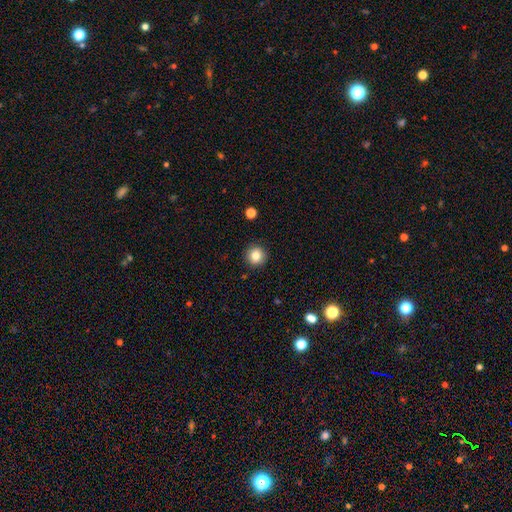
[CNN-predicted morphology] A smooth galaxy with no disk features (83%) that is round (94%).

Vote fractions:
- Smooth or featured? smooth: 83% / star or artifact: 11% / featured or disk: 7%
- How rounded? round: 94% / in between: 5% / cigar-shaped: 1%
- Merging? none: 91% / minor disturbance: 6% / major disturbance: 2% / merger: 1%